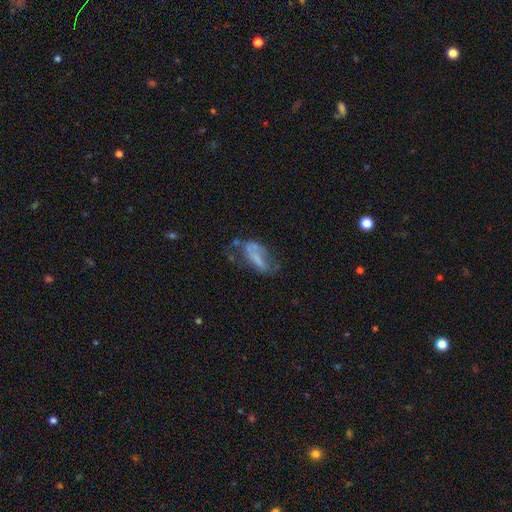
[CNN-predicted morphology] Smooth or featured: featured or disk — 47% (smooth — 41%)
Merging: major disturbance — 36% (none — 30%)